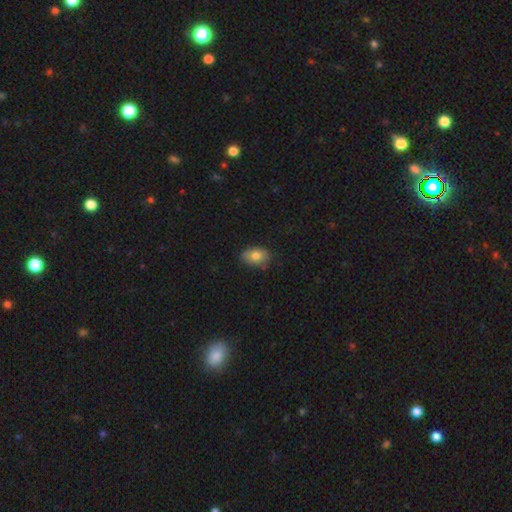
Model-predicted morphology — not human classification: Q: Smooth or featured?
A: smooth (77%); runner-up: featured or disk (15%)
Q: How rounded?
A: in between (81%); runner-up: round (18%)
Q: Merging?
A: none (73%); runner-up: minor disturbance (22%)